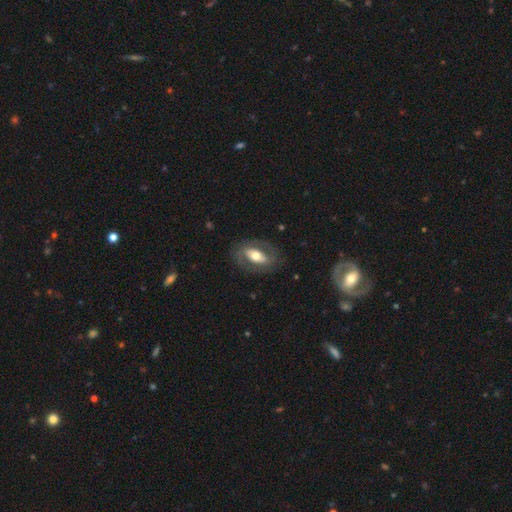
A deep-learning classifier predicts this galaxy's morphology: smooth_or_featured: featured or disk (p=0.65) [alt: smooth p=0.29]
disk_edge_on: no (p=0.90) [alt: yes p=0.10]
bar: strong (p=0.40) [alt: no p=0.33]
has_spiral_arms: yes (p=0.62) [alt: no p=0.38]
bulge_size: moderate (p=0.65) [alt: large p=0.22]
merging: none (p=0.78) [alt: minor disturbance p=0.13]